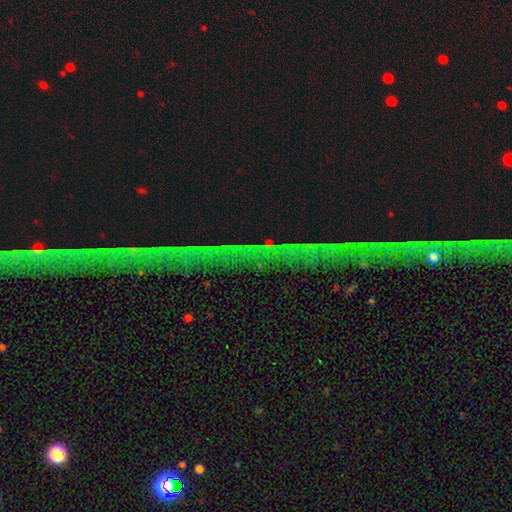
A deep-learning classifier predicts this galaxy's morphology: smooth_or_featured: star or artifact (p=0.86) [alt: featured or disk p=0.08]